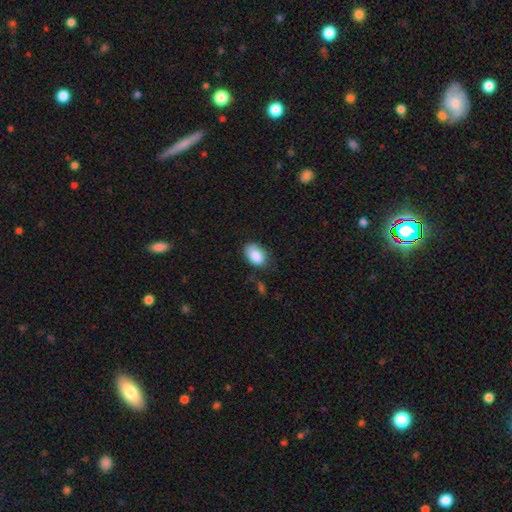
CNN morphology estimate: type=smooth (85%); roundness=in between (85%); merging=none (68%).